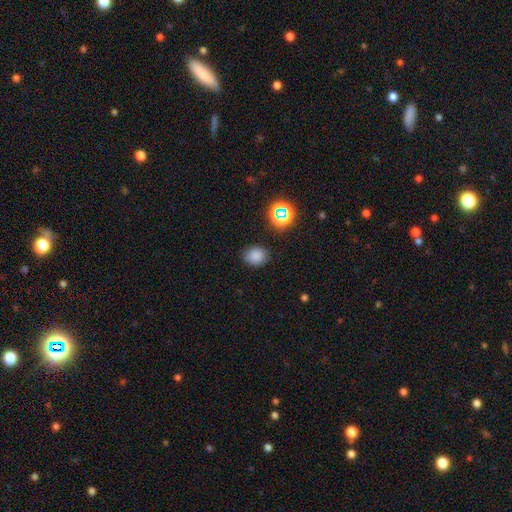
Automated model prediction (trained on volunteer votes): Overall: smooth (80%). How rounded: round (54%; in between 45%). Merging: none (85%).